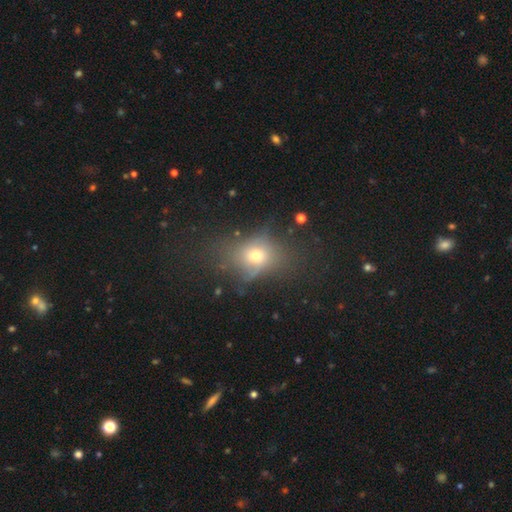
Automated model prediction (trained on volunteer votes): smooth-or-featured: smooth: 61% | featured or disk: 20% | star or artifact: 19%
  how-rounded: round: 50% | in between: 48% | cigar-shaped: 2%
  merging: none: 54% | minor disturbance: 22% | major disturbance: 21% | merger: 3%